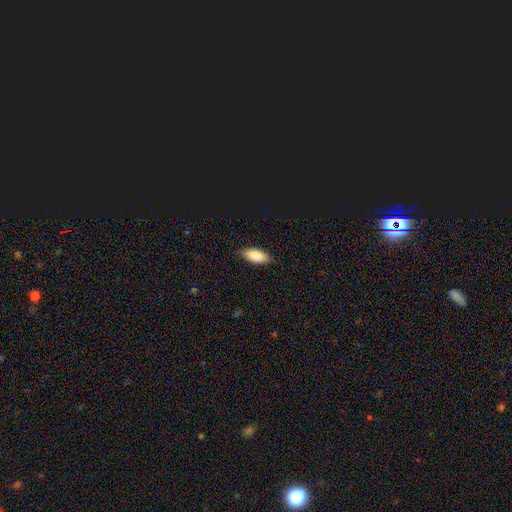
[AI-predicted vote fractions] This is clearly a smooth galaxy (88%). How rounded: clearly in between (87%). Merging: clearly none (85%).